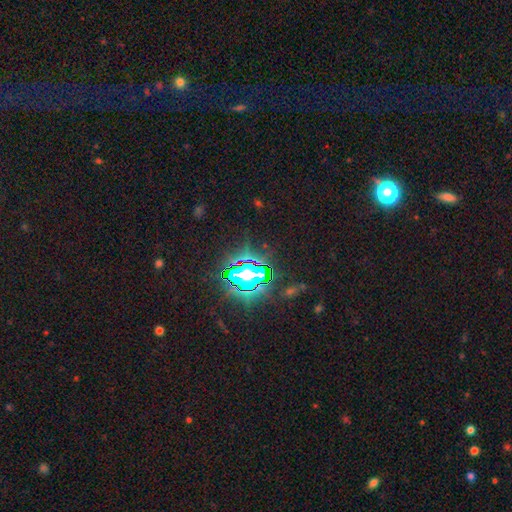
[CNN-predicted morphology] A star or artifact, not a galaxy (83%).